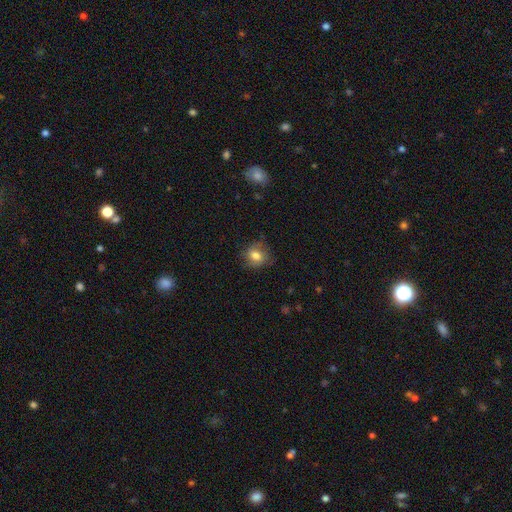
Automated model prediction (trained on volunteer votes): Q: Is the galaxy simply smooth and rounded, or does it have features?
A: smooth — 77%.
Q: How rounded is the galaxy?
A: round — 71%.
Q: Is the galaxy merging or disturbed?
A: none — 75%.